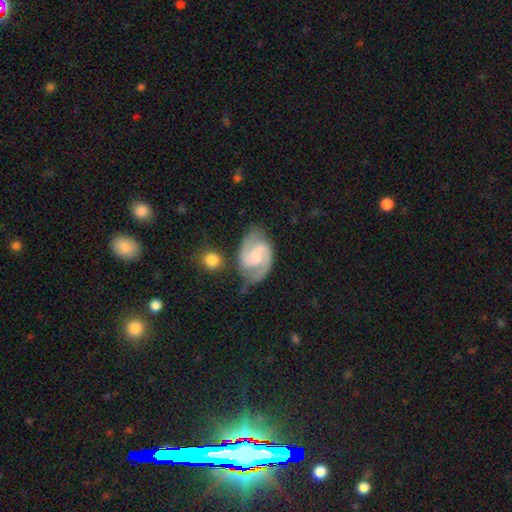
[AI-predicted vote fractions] Smooth or featured? featured or disk (88%)
Edge-on disk? no (98%)
Bar? weak (47%)
Spiral arms? yes (98%)
Spiral winding? medium (56%)
Spiral arm count? 2 (93%)
Bulge size? small (41%)
Merging? none (69%)